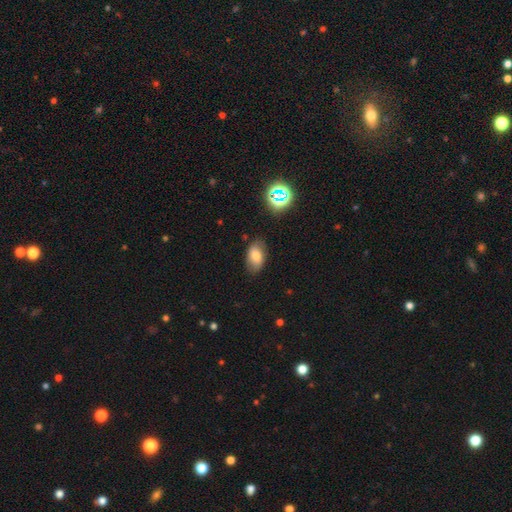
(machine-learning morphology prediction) Smooth or featured: smooth — 73% (featured or disk — 16%)
How rounded: in between — 91% (round — 8%)
Merging: none — 77% (minor disturbance — 17%)